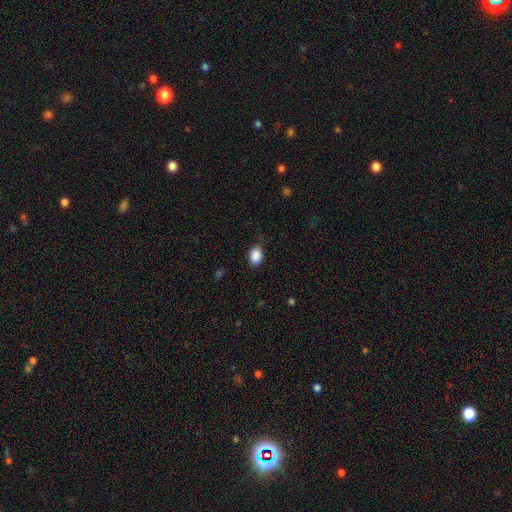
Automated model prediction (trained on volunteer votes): Smooth or featured: smooth — 89% (star or artifact — 8%)
How rounded: in between — 77% (round — 22%)
Merging: none — 81% (minor disturbance — 14%)